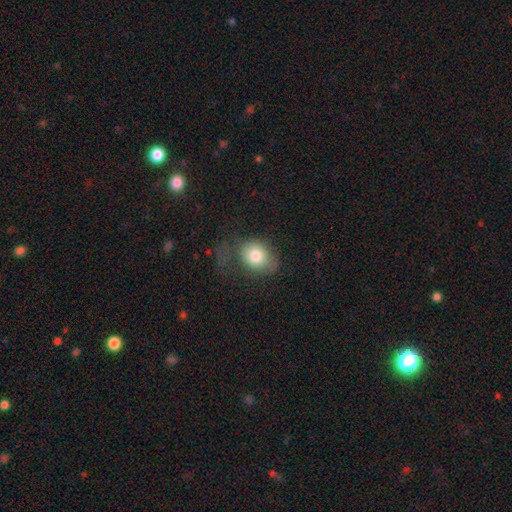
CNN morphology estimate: Smooth or featured: smooth — 78% (featured or disk — 13%)
How rounded: in between — 51% (round — 48%)
Merging: none — 42% (major disturbance — 29%)